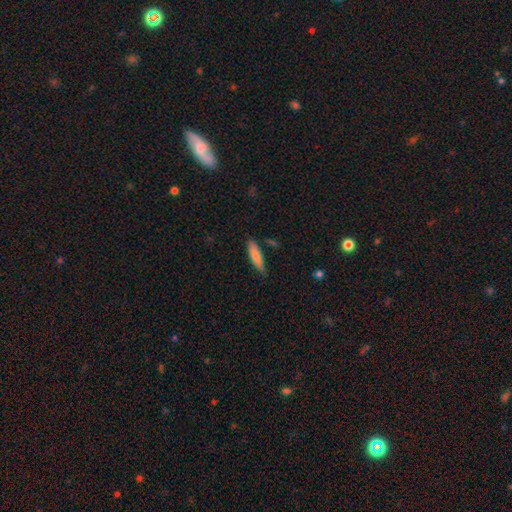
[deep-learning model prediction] Overall: smooth (81%). How rounded: cigar-shaped (75%). Merging: none (78%).